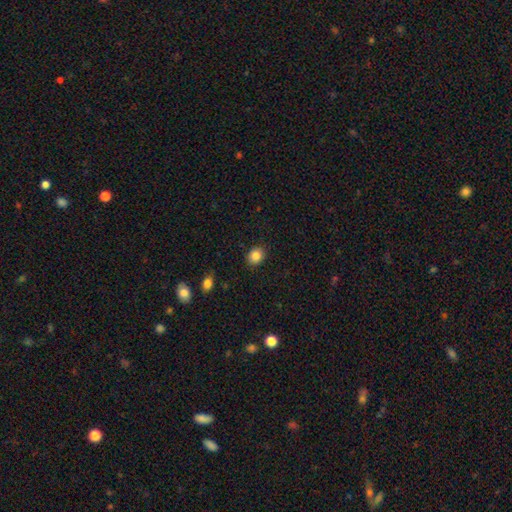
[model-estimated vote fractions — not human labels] Smooth or featured: smooth — 86% (star or artifact — 10%)
How rounded: round — 62% (in between — 37%)
Merging: none — 88% (minor disturbance — 8%)